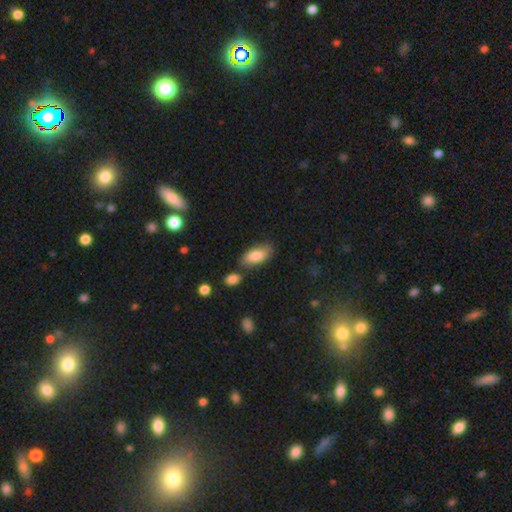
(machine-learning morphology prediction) smooth_or_featured: smooth (p=0.81) [alt: featured or disk p=0.13]
how_rounded: in between (p=0.89) [alt: cigar-shaped p=0.09]
merging: none (p=0.68) [alt: minor disturbance p=0.18]